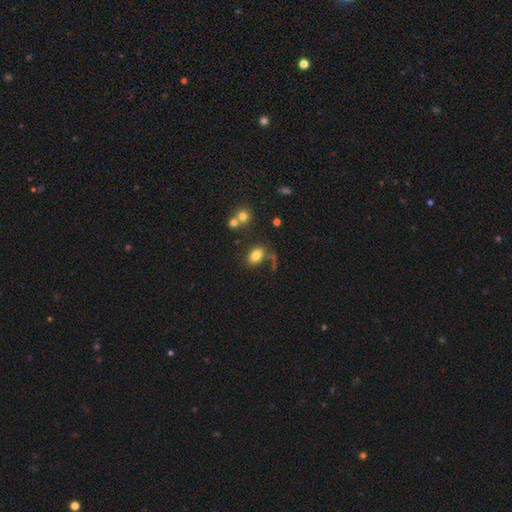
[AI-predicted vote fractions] Smooth or featured?
  - smooth: 80% *
  - featured or disk: 11%
  - star or artifact: 10%
How rounded?
  - in between: 85% *
  - round: 13%
  - cigar-shaped: 2%
Merging?
  - none: 59% *
  - minor disturbance: 16%
  - merger: 14%
  - major disturbance: 10%